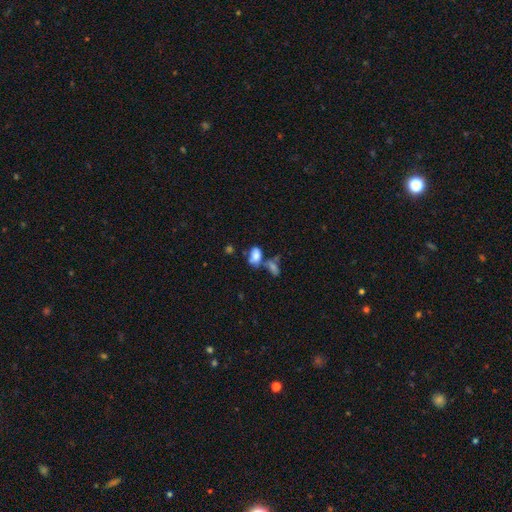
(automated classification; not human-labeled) Smooth or featured? Predicted: smooth (p=0.76). How rounded? Predicted: in between (p=0.88). Merging? Predicted: merger (p=0.42).